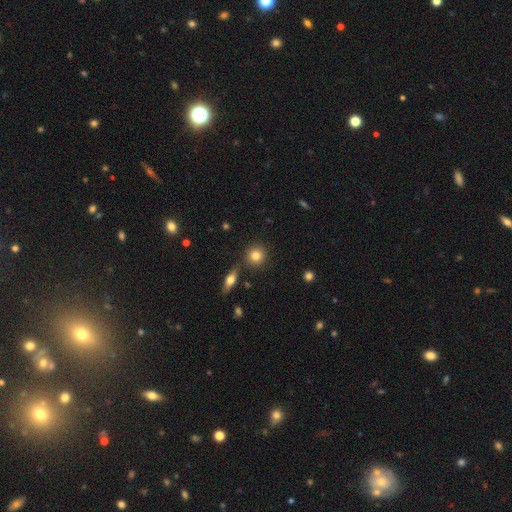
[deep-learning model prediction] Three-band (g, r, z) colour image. It shows a smooth galaxy with no disk features (81%) that is round (90%). Merging: none (84%).